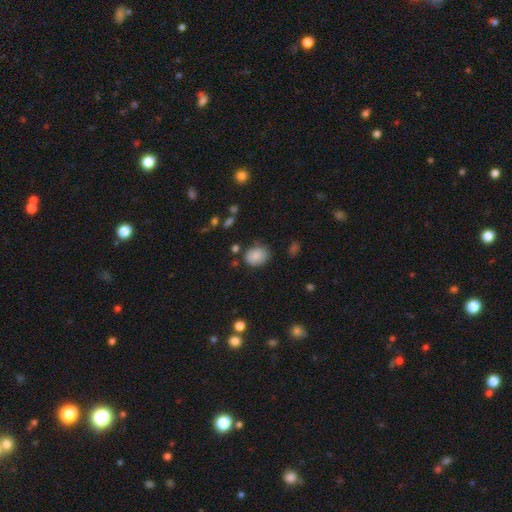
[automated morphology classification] Q: Smooth or featured?
A: smooth (84%); runner-up: star or artifact (9%)
Q: How rounded?
A: in between (55%); runner-up: round (44%)
Q: Merging?
A: none (71%); runner-up: minor disturbance (21%)